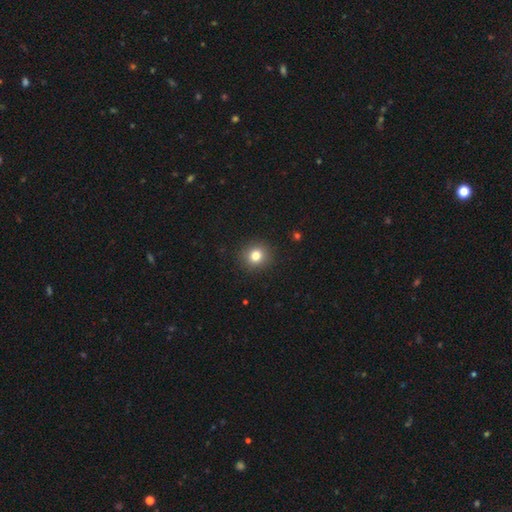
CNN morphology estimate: smooth 81%, star or artifact 12%, featured or disk 7%. Down the decision tree: how rounded — round (88%); merging — none (91%).